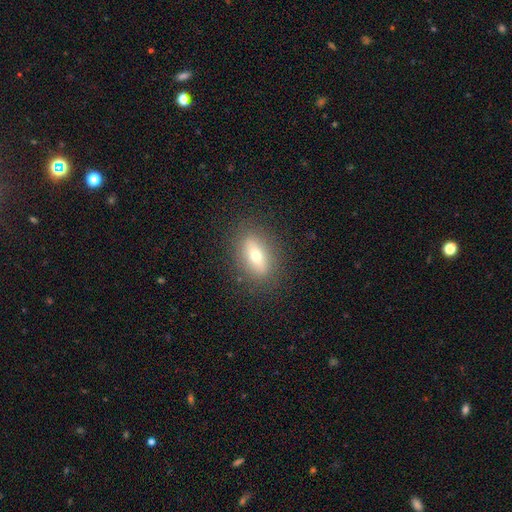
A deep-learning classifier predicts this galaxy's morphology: A smooth galaxy with no disk features (58%) that is in between round and cigar-shaped (72%). Merging: none (86%).